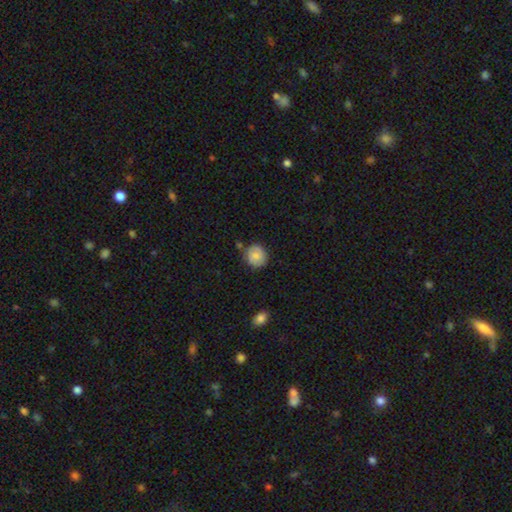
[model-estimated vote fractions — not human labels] Morphology: type=smooth (77%); roundness=round (87%); merging=none (77%).